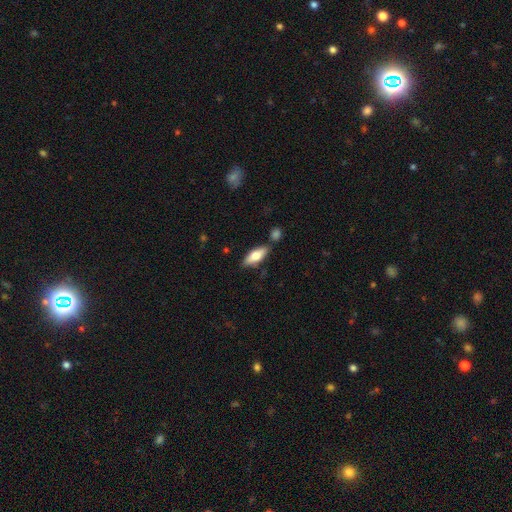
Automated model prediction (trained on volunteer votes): Smooth or featured? Predicted: smooth (p=0.68). How rounded? Predicted: in between (p=0.69). Merging? Predicted: none (p=0.75).